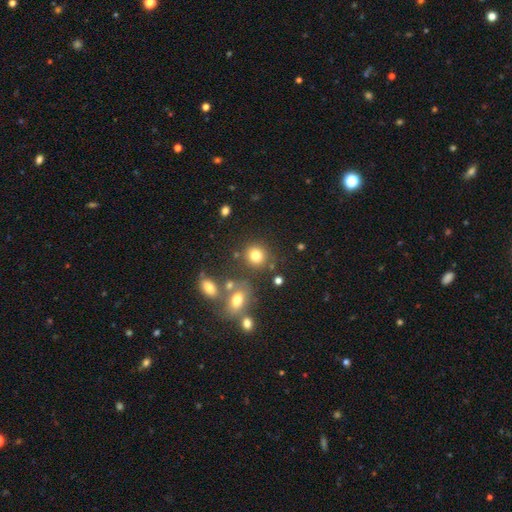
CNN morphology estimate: A smooth galaxy with no disk features (77%) that is round (82%). Merging: none (75%).